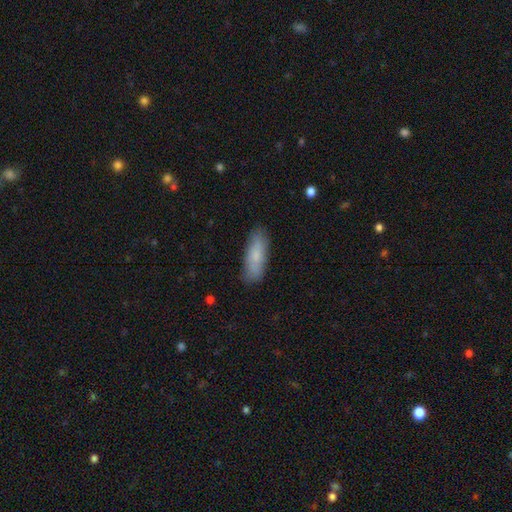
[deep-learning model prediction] A smooth galaxy with no disk features (78%) that is in between round and cigar-shaped (58%).

Vote fractions:
- Smooth or featured? smooth: 78% / featured or disk: 16% / star or artifact: 6%
- How rounded? in between: 58% / cigar-shaped: 40% / round: 2%
- Merging? none: 83% / minor disturbance: 13% / major disturbance: 3% / merger: 1%